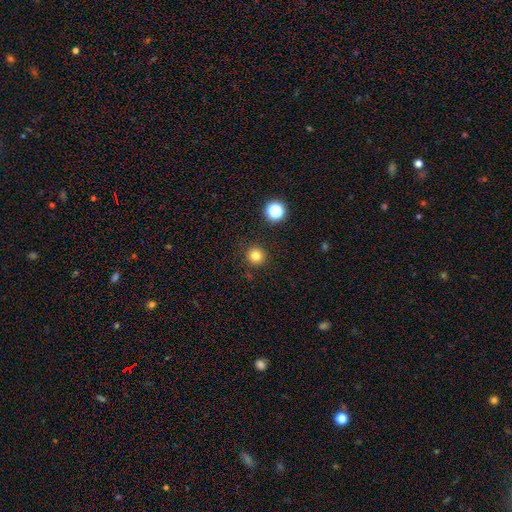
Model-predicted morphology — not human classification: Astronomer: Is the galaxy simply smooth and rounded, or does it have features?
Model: smooth — 80%.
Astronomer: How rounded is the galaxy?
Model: round — 95%.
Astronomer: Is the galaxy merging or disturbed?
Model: none — 91%.